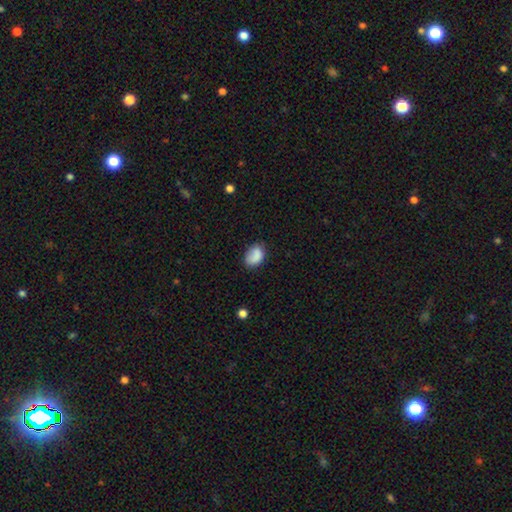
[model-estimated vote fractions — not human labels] Smooth or featured: smooth — 85% (star or artifact — 8%)
How rounded: in between — 81% (round — 18%)
Merging: none — 68% (minor disturbance — 23%)